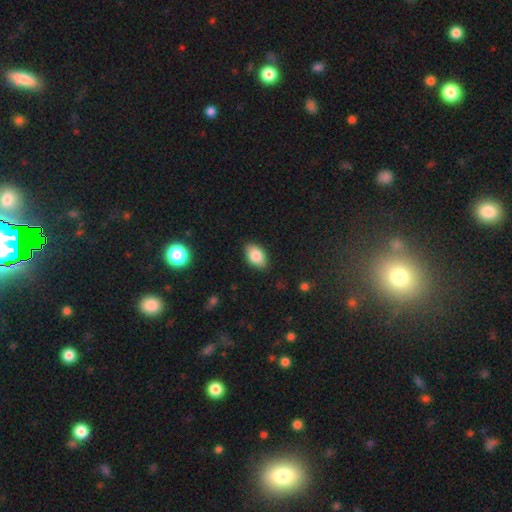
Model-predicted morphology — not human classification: Smooth or featured: smooth — 84% (featured or disk — 9%)
How rounded: in between — 92% (round — 7%)
Merging: none — 86% (minor disturbance — 11%)